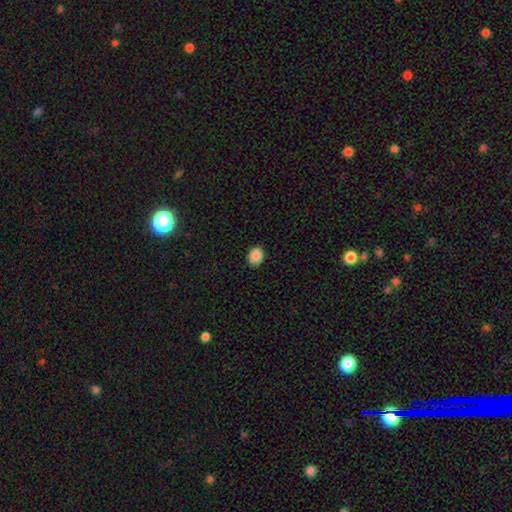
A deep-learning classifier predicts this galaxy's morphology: Overall: smooth (88%). How rounded: in between (57%; round 43%). Merging: none (88%).